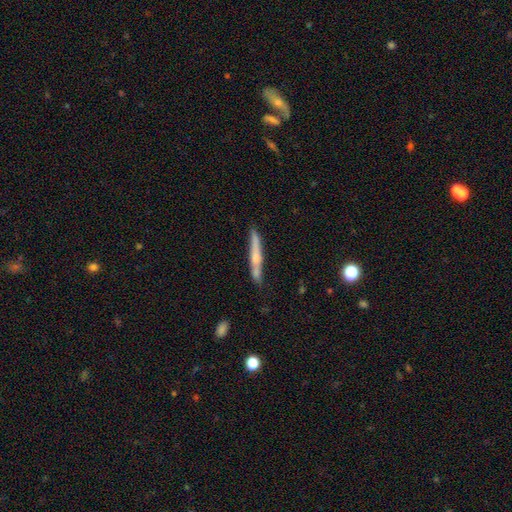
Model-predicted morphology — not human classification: Q: Smooth or featured?
A: featured or disk (49%); runner-up: smooth (44%)
Q: Merging?
A: none (77%); runner-up: minor disturbance (16%)